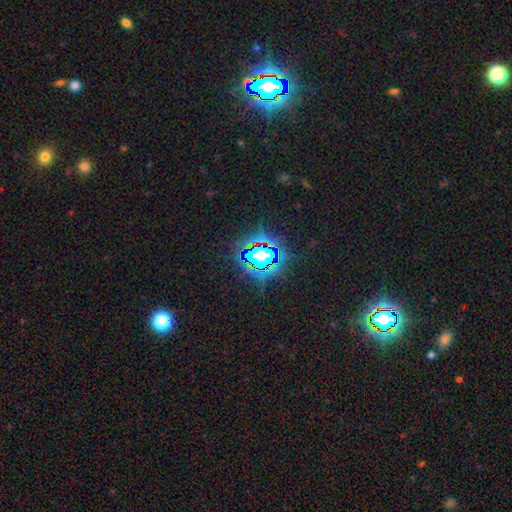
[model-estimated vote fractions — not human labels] The model was most divided on "smooth or featured": star or artifact: 82%, smooth: 11%, featured or disk: 7%.